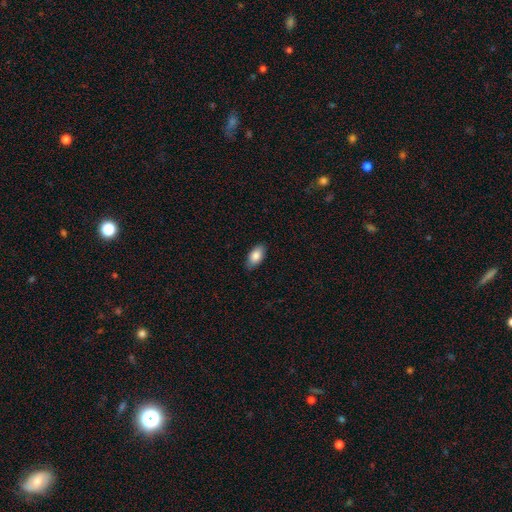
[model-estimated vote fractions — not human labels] Smooth or featured? smooth (86%)
How rounded? in between (93%)
Merging? none (86%)